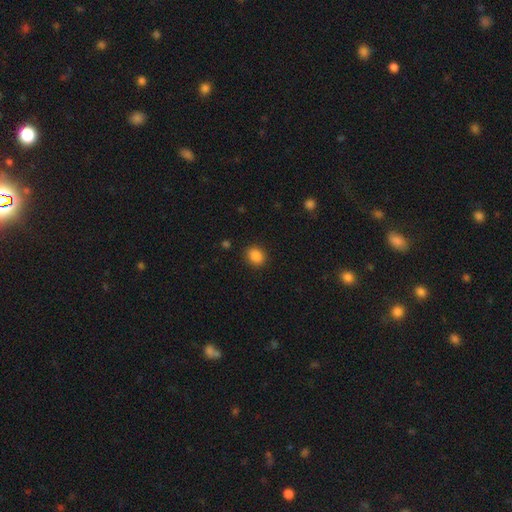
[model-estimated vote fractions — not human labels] This is clearly a smooth galaxy (87%). How rounded: possibly round (55%). Merging: clearly none (89%).